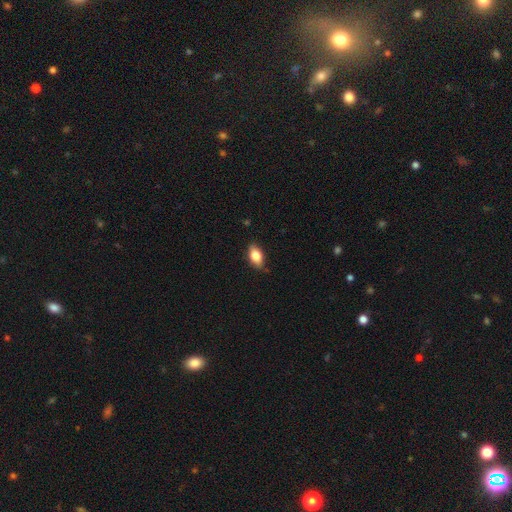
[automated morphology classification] type=smooth (79%); roundness=in between (87%); merging=none (81%).